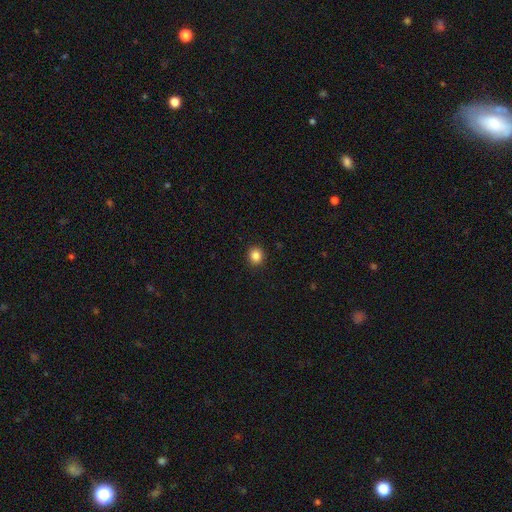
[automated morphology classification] Overall: smooth (86%). How rounded: round (83%). Merging: none (92%).